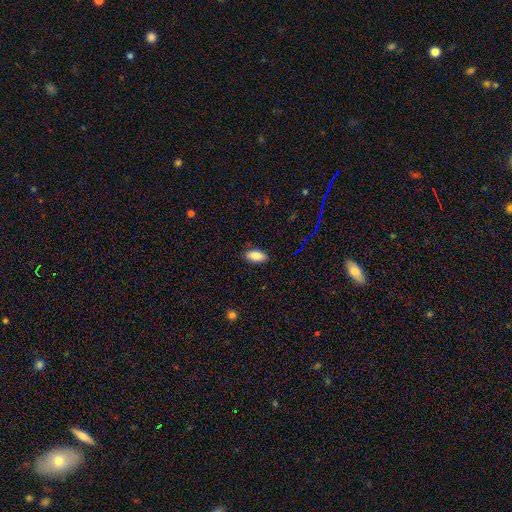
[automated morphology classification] smooth_or_featured: smooth (p=0.84) [alt: star or artifact p=0.08]
how_rounded: in between (p=0.91) [alt: cigar-shaped p=0.06]
merging: none (p=0.87) [alt: minor disturbance p=0.10]